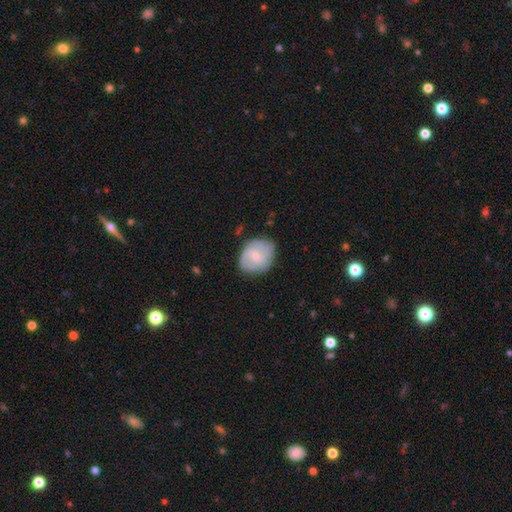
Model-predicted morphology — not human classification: A featured or disk galaxy (69%) with a weak bar (50%), 2 (65%) medium (48%) spiral arms (91%) and a small central bulge (60%). Merging: none (74%).